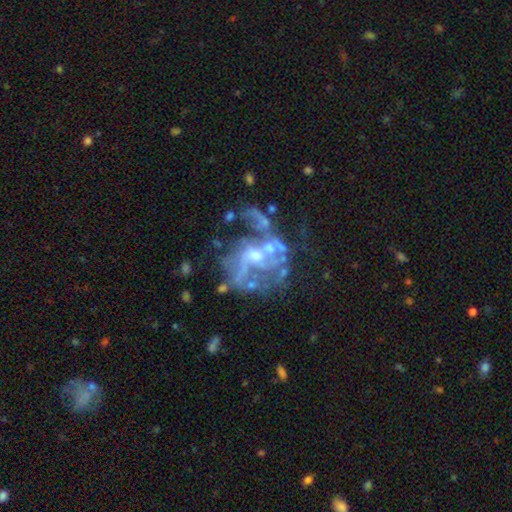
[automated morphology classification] A featured or disk galaxy (77%) with no bar (68%), no spiral arms (50%, tied with yes) and a small central bulge (39%).

Vote fractions:
- Smooth or featured? featured or disk: 77% / star or artifact: 13% / smooth: 10%
- Edge-on disk? no: 98% / yes: 2%
- Bar? no: 68% / weak: 25% / strong: 7%
- Spiral arms? no: 50% (tied) / yes: 50% (tied)
- Bulge size? small: 39% / moderate: 37% / none: 19% / large: 3% / dominant: 1%
- Merging? major disturbance: 34% (tied) / none: 34% (tied) / merger: 18% / minor disturbance: 14%